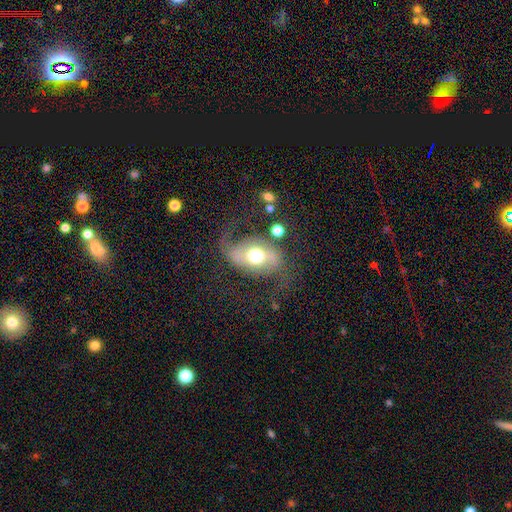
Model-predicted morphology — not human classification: Smooth or featured? featured or disk (76%)
Edge-on disk? no (95%)
Bar? no (46%)
Spiral arms? yes (87%)
Spiral winding? loose (66%)
Spiral arm count? 2 (89%)
Bulge size? moderate (65%)
Merging? none (60%)